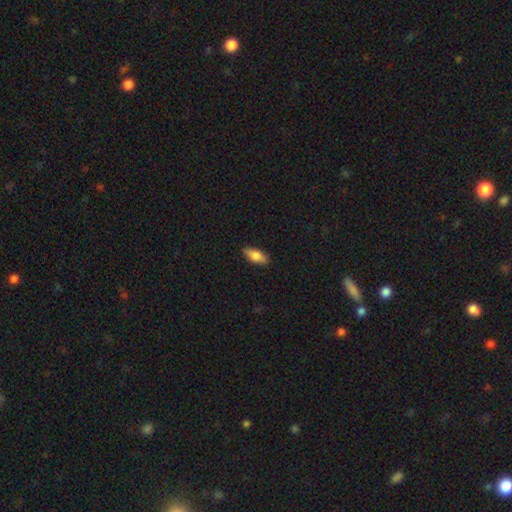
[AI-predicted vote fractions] Smooth or featured? smooth (78%)
How rounded? in between (78%)
Merging? none (87%)